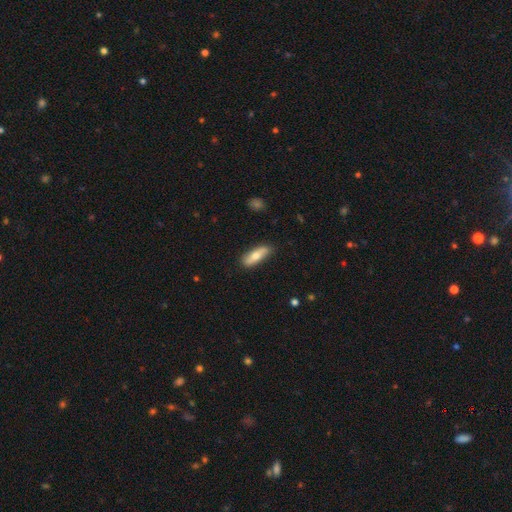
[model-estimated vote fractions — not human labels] The model was most divided on "how rounded": in between: 49%, cigar-shaped: 48%, round: 3%. More confident: merging — none (82%); smooth or featured — smooth (67%).